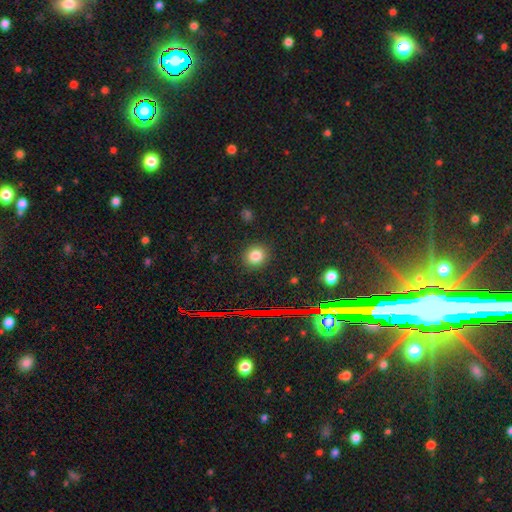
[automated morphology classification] Smooth or featured: smooth — 79% (star or artifact — 15%)
How rounded: round — 82% (in between — 17%)
Merging: none — 89% (minor disturbance — 7%)